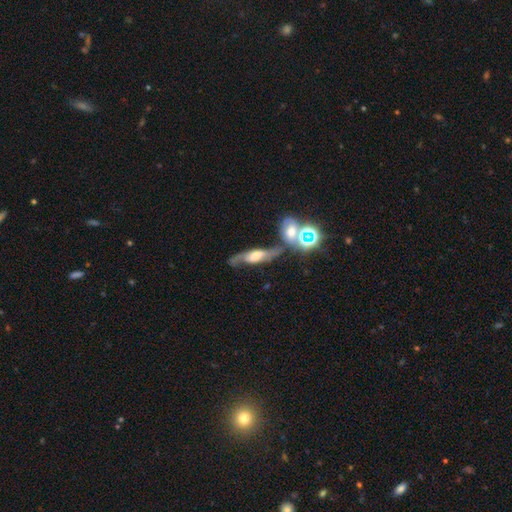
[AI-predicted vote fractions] Smooth or featured?
  - featured or disk: 62% *
  - smooth: 26%
  - star or artifact: 12%
Edge-on disk?
  - no: 63% *
  - yes: 37%
Merging?
  - none: 46% *
  - merger: 24%
  - minor disturbance: 18%
  - major disturbance: 12%